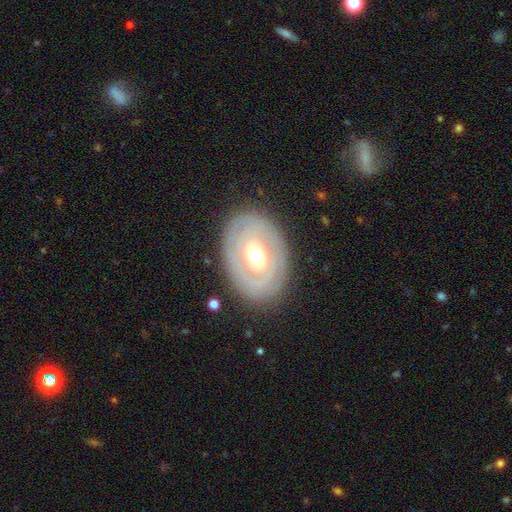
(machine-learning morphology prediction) smooth_or_featured: featured or disk (p=0.66) [alt: smooth p=0.28]
disk_edge_on: no (p=0.93) [alt: yes p=0.07]
bar: no (p=0.77) [alt: weak p=0.16]
has_spiral_arms: no (p=0.65) [alt: yes p=0.35]
bulge_size: moderate (p=0.70) [alt: large p=0.19]
merging: none (p=0.82) [alt: minor disturbance p=0.12]